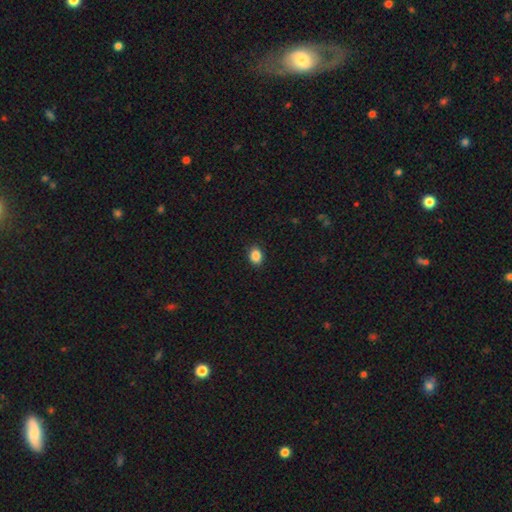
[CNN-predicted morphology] This is clearly a smooth galaxy (87%). How rounded: likely in between (61%). Merging: clearly none (90%).